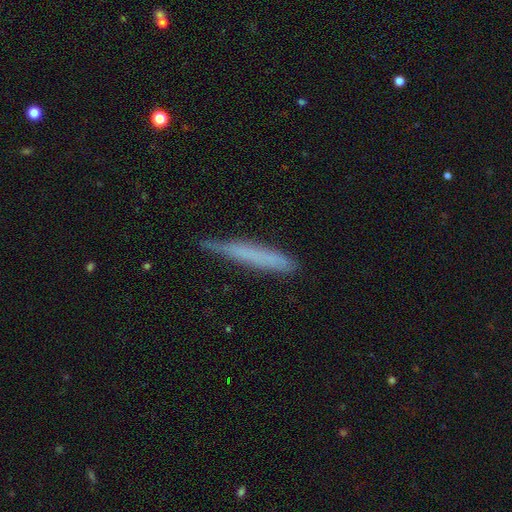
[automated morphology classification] smooth 64%, featured or disk 28%, star or artifact 8%. Down the decision tree: how rounded — cigar-shaped (95%); merging — none (72%).